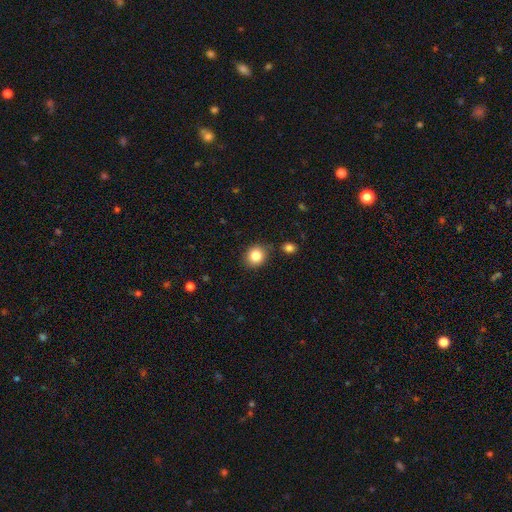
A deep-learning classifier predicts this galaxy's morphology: A smooth galaxy with no disk features (85%) that is round (80%). Merging: none (81%).